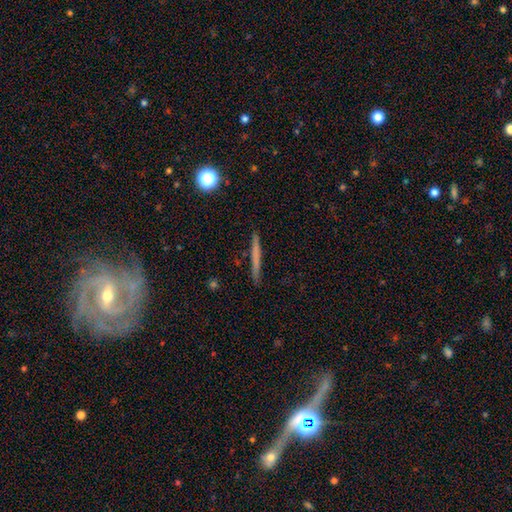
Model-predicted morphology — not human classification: A smooth galaxy with no disk features (58%) that is cigar-shaped (96%). Merging: none (90%).